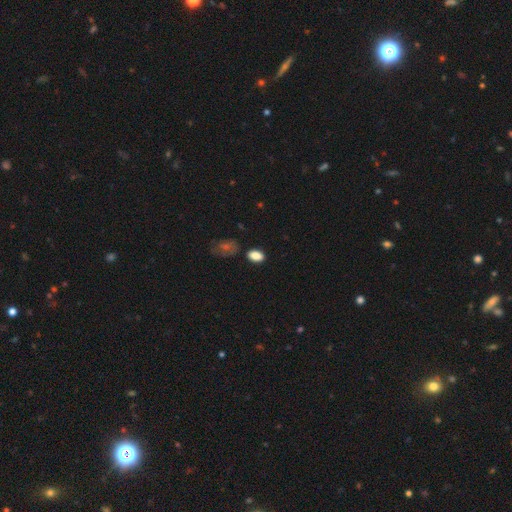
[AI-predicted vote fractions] A smooth galaxy with no disk features (86%) that is in between round and cigar-shaped (90%).

Vote fractions:
- Smooth or featured? smooth: 86% / star or artifact: 9% / featured or disk: 5%
- How rounded? in between: 90% / round: 8% / cigar-shaped: 2%
- Merging? none: 80% / minor disturbance: 14% / major disturbance: 3% / merger: 3%